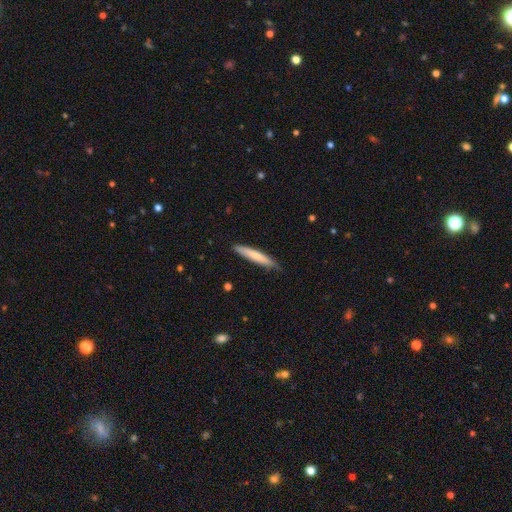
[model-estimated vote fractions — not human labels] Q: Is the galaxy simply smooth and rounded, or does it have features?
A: smooth — 67%.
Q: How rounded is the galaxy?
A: cigar-shaped — 93%.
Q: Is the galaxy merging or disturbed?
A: none — 82%.